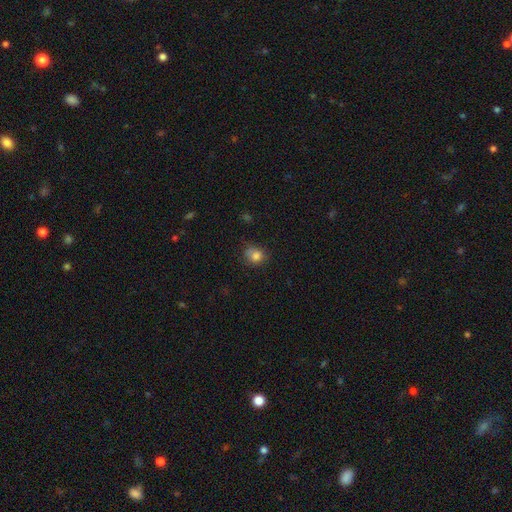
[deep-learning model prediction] A smooth galaxy with no disk features (80%) that is round (64%).

Vote fractions:
- Smooth or featured? smooth: 80% / star or artifact: 12% / featured or disk: 9%
- How rounded? round: 64% / in between: 35% / cigar-shaped: 1%
- Merging? none: 56% / minor disturbance: 29% / major disturbance: 10% / merger: 5%